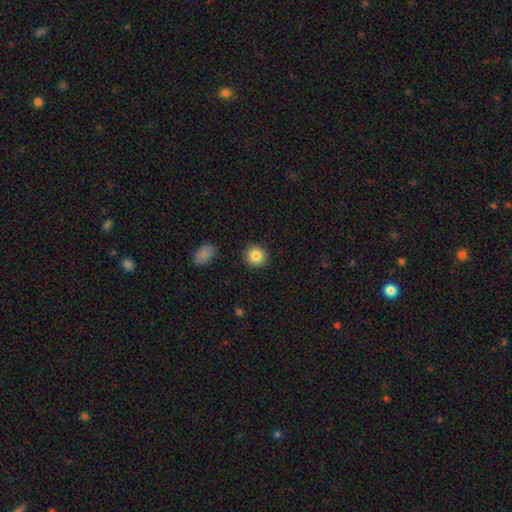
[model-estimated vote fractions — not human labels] Smooth or featured: smooth — 86% (star or artifact — 9%)
How rounded: round — 91% (in between — 8%)
Merging: none — 91% (minor disturbance — 5%)